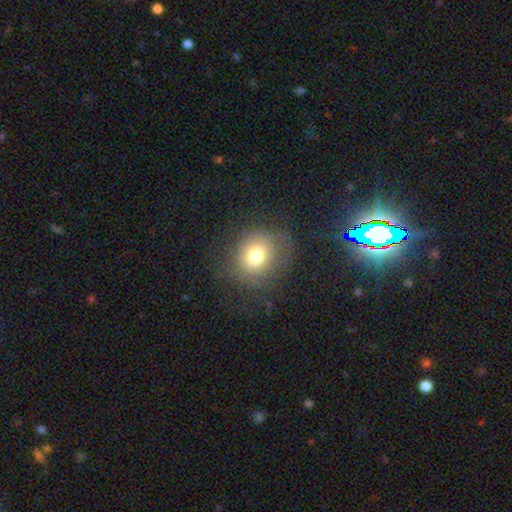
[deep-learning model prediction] smooth-or-featured: smooth: 74% | star or artifact: 13% | featured or disk: 12%
  how-rounded: round: 76% | in between: 23% | cigar-shaped: 1%
  merging: none: 74% | minor disturbance: 15% | major disturbance: 10% | merger: 1%